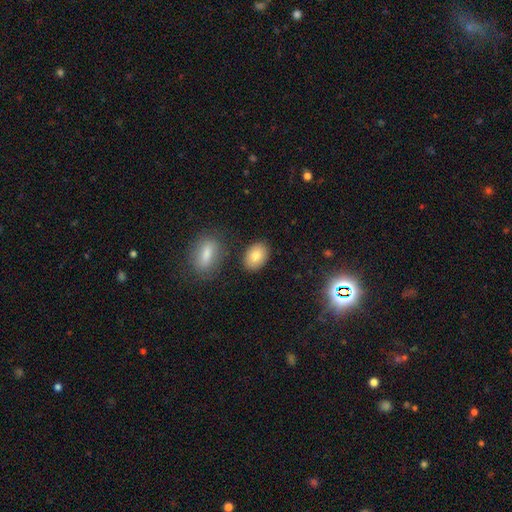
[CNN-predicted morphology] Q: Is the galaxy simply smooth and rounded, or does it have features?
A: smooth — 84%.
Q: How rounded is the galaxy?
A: in between — 84%.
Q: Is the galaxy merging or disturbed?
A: none — 83%.